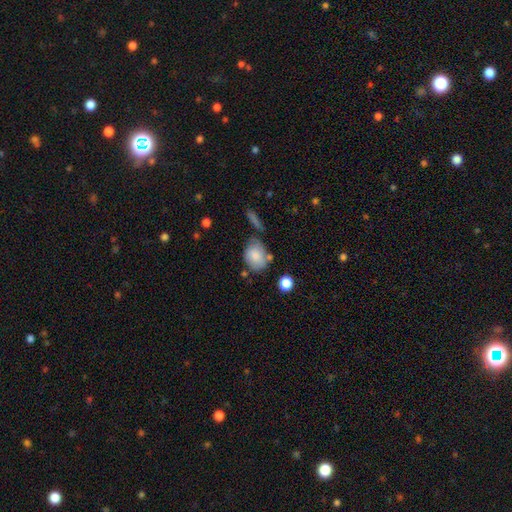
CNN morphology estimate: Smooth or featured? smooth (78%)
How rounded? in between (68%)
Merging? none (52%)